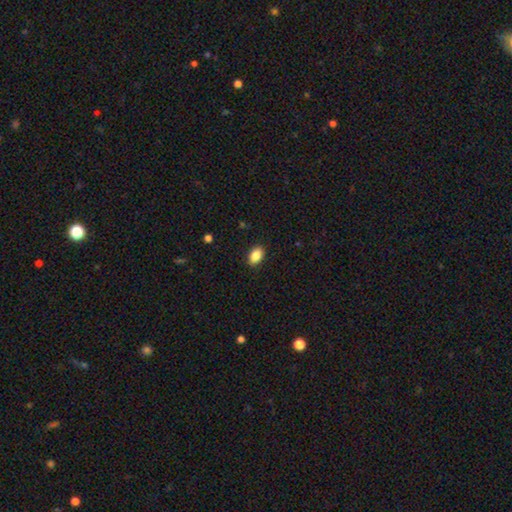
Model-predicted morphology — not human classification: Smooth or featured? smooth (87%)
How rounded? in between (90%)
Merging? none (89%)